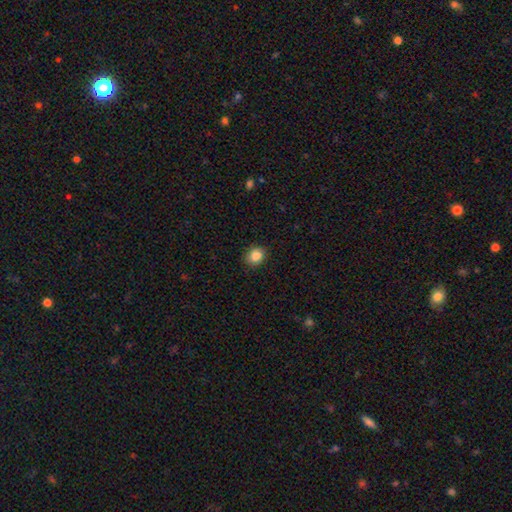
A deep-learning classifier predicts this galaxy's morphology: This is clearly a smooth galaxy (86%). How rounded: likely round (61%). Merging: clearly none (84%).